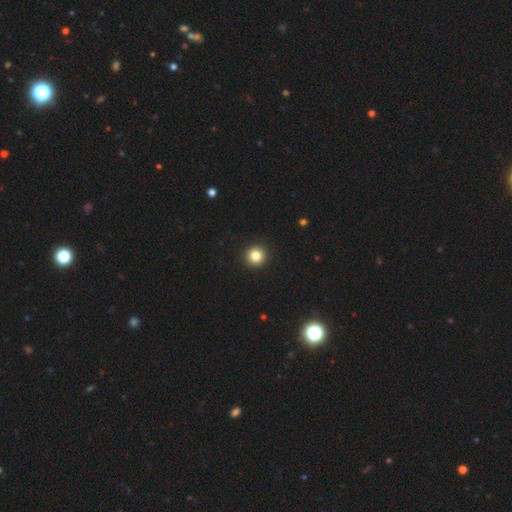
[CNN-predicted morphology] Q: Smooth or featured?
A: smooth (84%); runner-up: star or artifact (11%)
Q: How rounded?
A: round (95%); runner-up: in between (4%)
Q: Merging?
A: none (93%); runner-up: minor disturbance (4%)